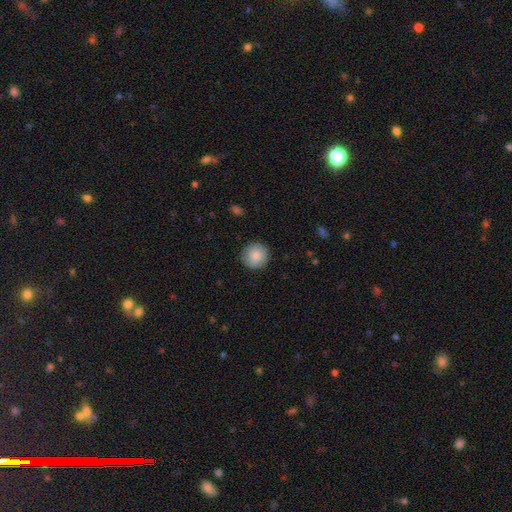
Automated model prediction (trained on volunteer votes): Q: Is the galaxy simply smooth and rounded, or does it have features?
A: smooth — 87%.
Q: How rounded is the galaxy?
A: round — 94%.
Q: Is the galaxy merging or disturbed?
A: none — 89%.